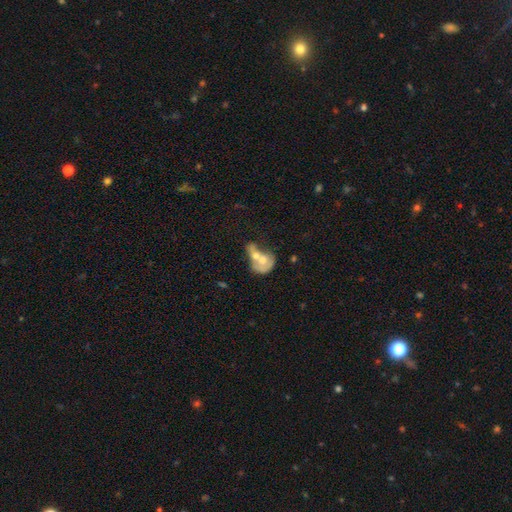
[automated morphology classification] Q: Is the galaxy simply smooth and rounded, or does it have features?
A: smooth — 51%.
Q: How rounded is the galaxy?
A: in between — 65%.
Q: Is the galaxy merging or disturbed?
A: merger — 72%.